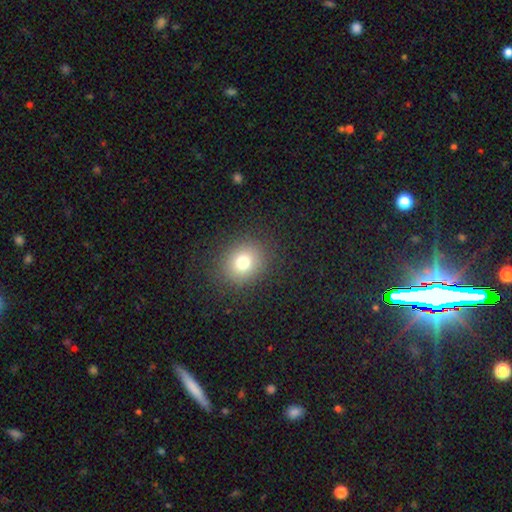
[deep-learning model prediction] Smooth or featured?
  - smooth: 73% *
  - star or artifact: 18%
  - featured or disk: 9%
How rounded?
  - round: 77% *
  - in between: 22%
  - cigar-shaped: 1%
Merging?
  - none: 91% *
  - minor disturbance: 6%
  - major disturbance: 2%
  - merger: 1%